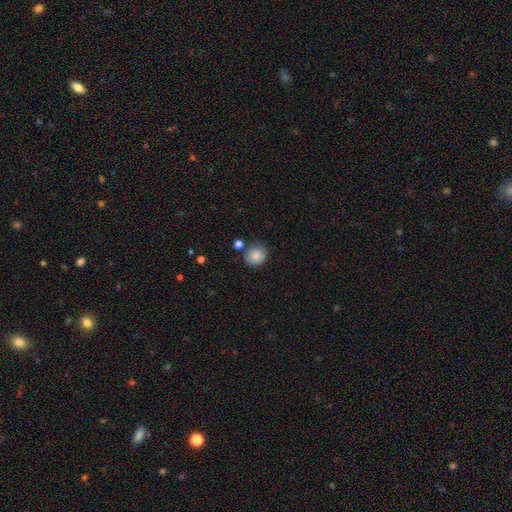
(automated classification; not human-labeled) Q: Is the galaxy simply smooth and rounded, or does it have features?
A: smooth — 85%.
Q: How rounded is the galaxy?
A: round — 83%.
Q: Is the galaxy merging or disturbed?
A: none — 76%.